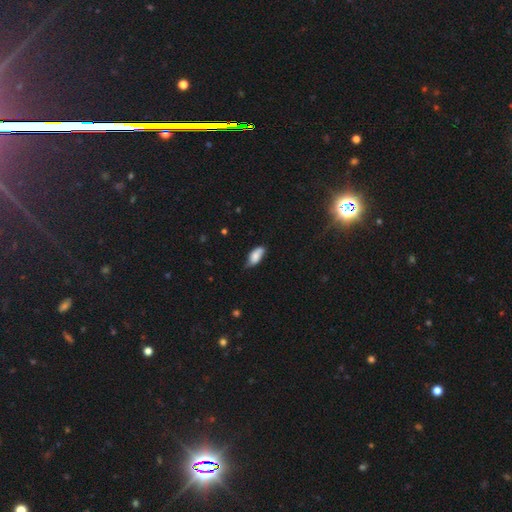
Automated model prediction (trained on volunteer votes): Smooth or featured? Predicted: smooth (p=0.76). How rounded? Predicted: in between (p=0.87). Merging? Predicted: none (p=0.61).